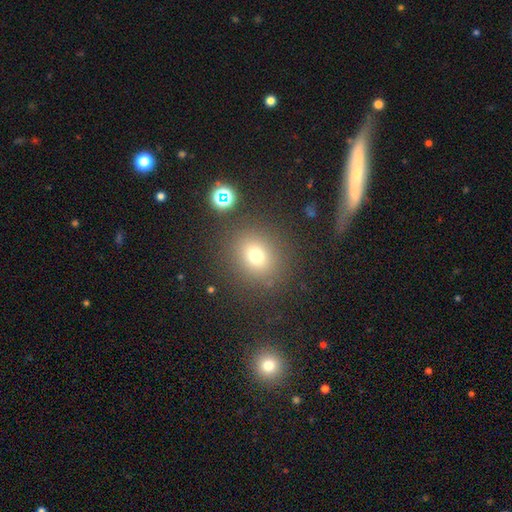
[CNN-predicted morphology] Smooth or featured? Predicted: smooth (p=0.72). How rounded? Predicted: round (p=0.80). Merging? Predicted: none (p=0.85).